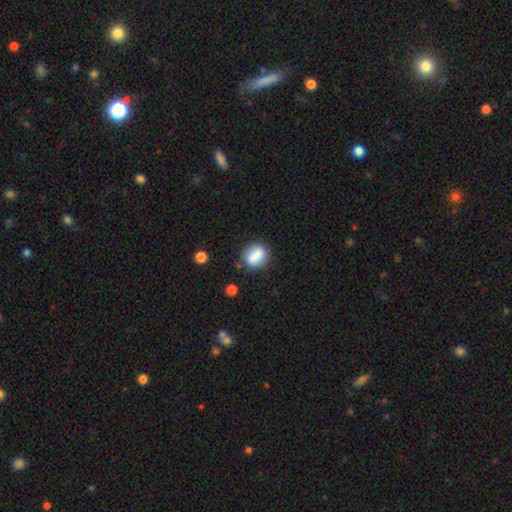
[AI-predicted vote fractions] This is clearly a smooth galaxy (80%). How rounded: possibly in between (58%). Merging: likely none (76%).